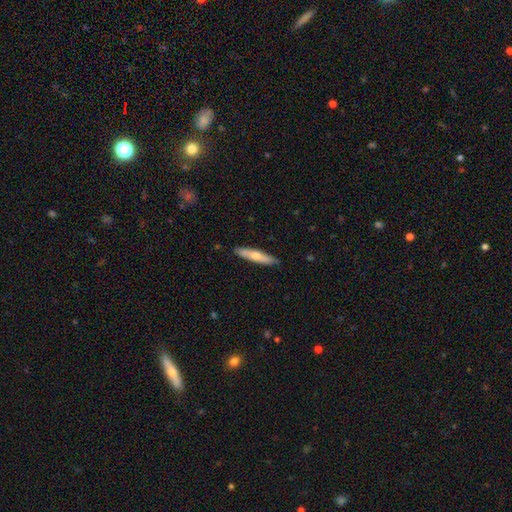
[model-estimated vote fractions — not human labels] A smooth galaxy with no disk features (62%) that is cigar-shaped (86%). Merging: none (88%).